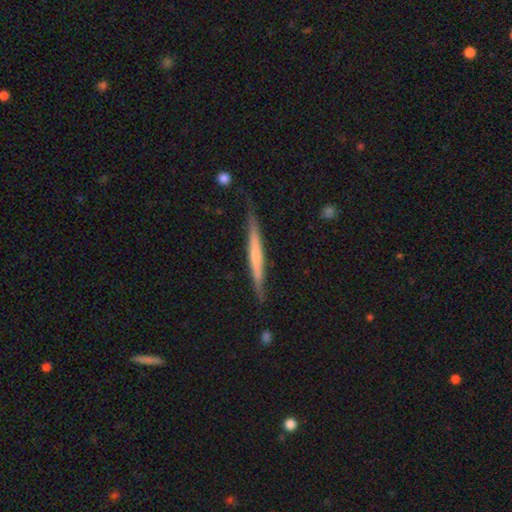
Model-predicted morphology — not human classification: A featured or disk galaxy (51%) viewed edge-on (95%).

Vote fractions:
- Smooth or featured? featured or disk: 51% / smooth: 44% / star or artifact: 5%
- Edge-on disk? yes: 95% / no: 5%
- Merging? none: 77% / minor disturbance: 18% / major disturbance: 4% / merger: 2%